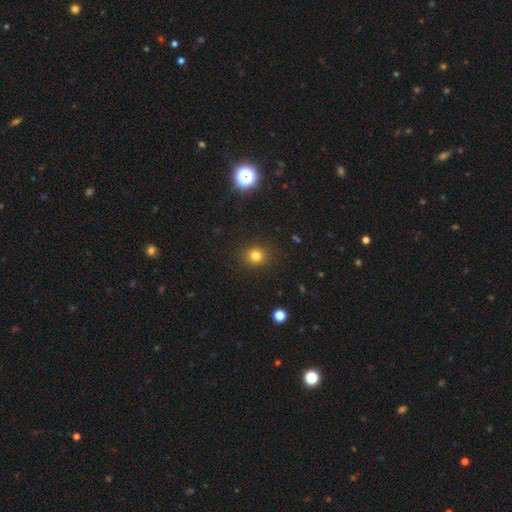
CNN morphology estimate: Smooth or featured: smooth — 79% (star or artifact — 15%)
How rounded: round — 84% (in between — 15%)
Merging: none — 89% (minor disturbance — 7%)